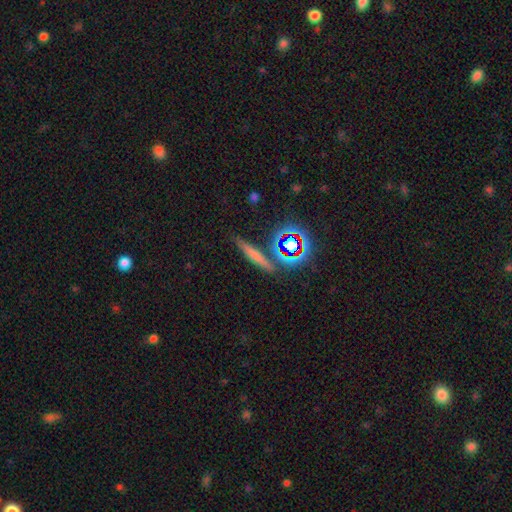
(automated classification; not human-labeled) Smooth or featured? Predicted: smooth (p=0.56). How rounded? Predicted: cigar-shaped (p=0.83). Merging? Predicted: none (p=0.82).